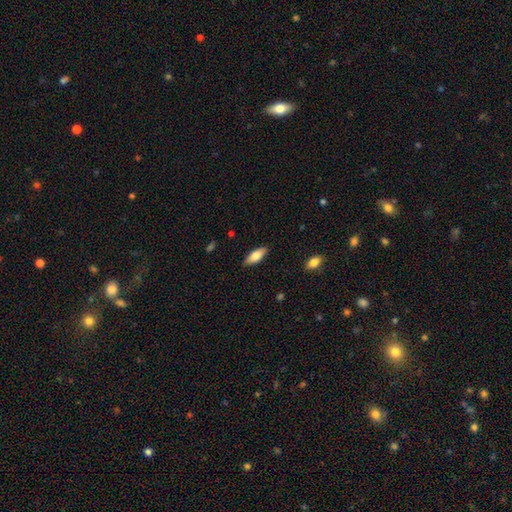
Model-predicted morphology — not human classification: smooth_or_featured: smooth (p=0.74) [alt: featured or disk p=0.19]
how_rounded: in between (p=0.74) [alt: cigar-shaped p=0.24]
merging: none (p=0.87) [alt: minor disturbance p=0.10]